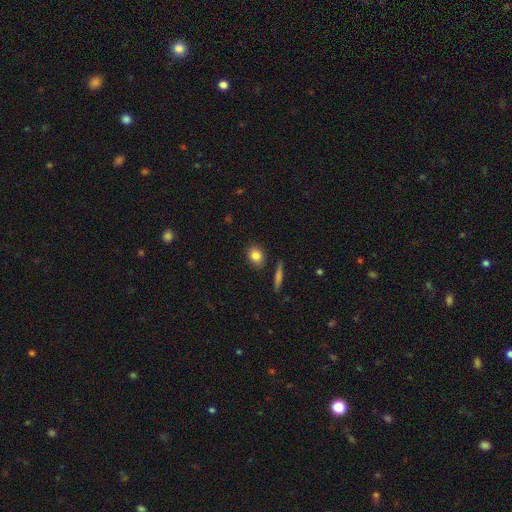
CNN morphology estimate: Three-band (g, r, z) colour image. It shows a smooth galaxy with no disk features (83%) that is round (49%). Merging: none (85%).